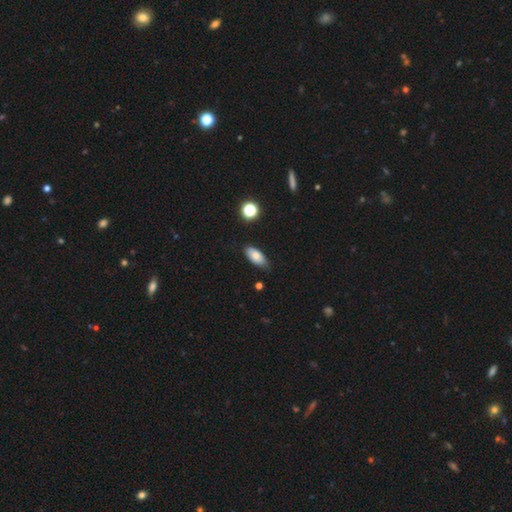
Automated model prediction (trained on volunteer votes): This appears to be a smooth galaxy with no disk features (81%) that is in between round and cigar-shaped (87%). Merging: none (77%).